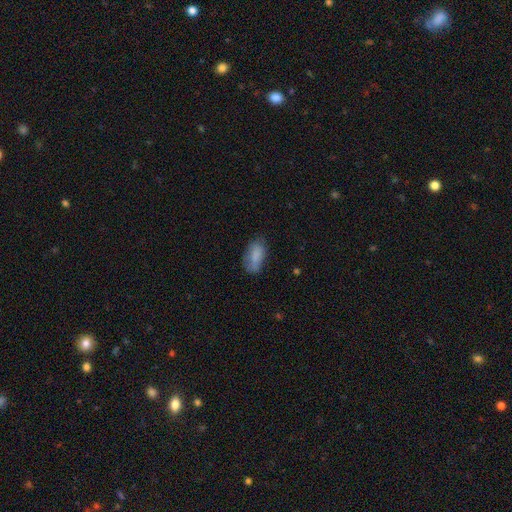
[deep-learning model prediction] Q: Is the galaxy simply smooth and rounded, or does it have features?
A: smooth — 82%.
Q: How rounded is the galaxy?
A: in between — 91%.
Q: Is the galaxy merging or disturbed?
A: none — 63%.